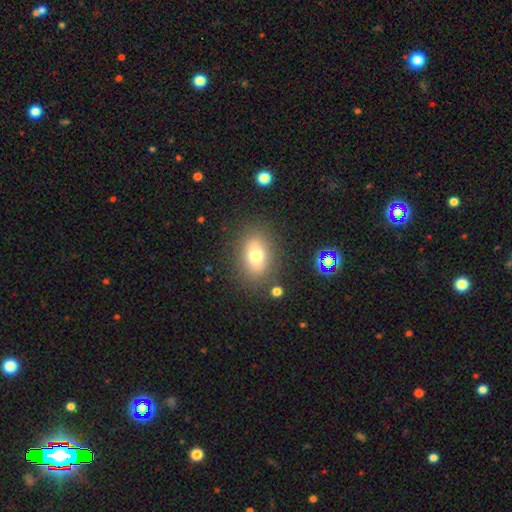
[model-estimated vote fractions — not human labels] Smooth or featured? smooth (71%)
How rounded? in between (72%)
Merging? none (81%)